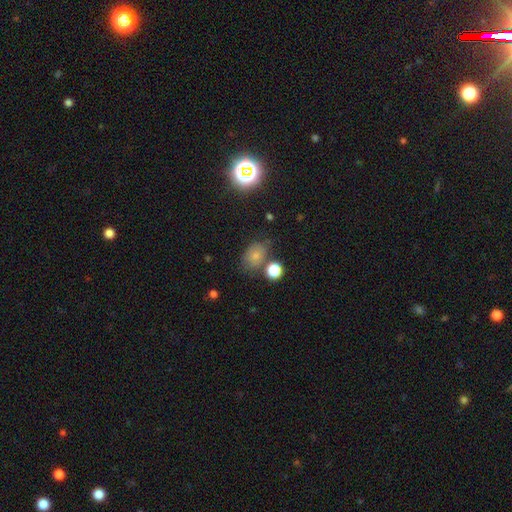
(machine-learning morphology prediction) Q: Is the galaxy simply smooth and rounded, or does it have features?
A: smooth — 72%.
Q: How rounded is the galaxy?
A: in between — 64%.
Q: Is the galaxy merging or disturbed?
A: none — 63%.